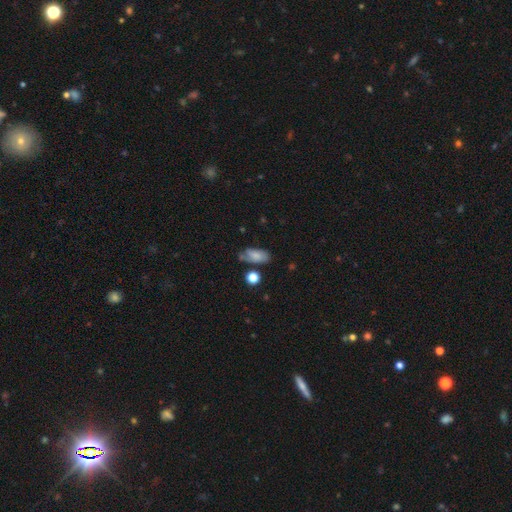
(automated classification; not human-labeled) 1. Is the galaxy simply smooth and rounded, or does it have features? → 73% smooth, 18% featured or disk, 9% star or artifact.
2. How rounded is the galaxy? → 88% in between, 8% cigar-shaped, 5% round.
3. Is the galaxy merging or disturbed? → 56% none, 27% minor disturbance, 10% major disturbance, 8% merger.